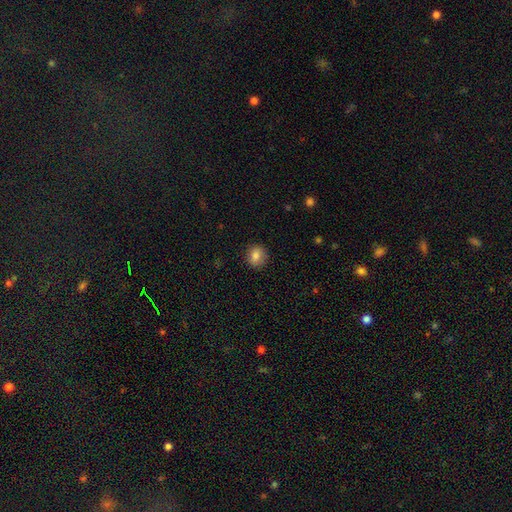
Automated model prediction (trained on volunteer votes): Smooth or featured? smooth (83%)
How rounded? round (75%)
Merging? none (88%)